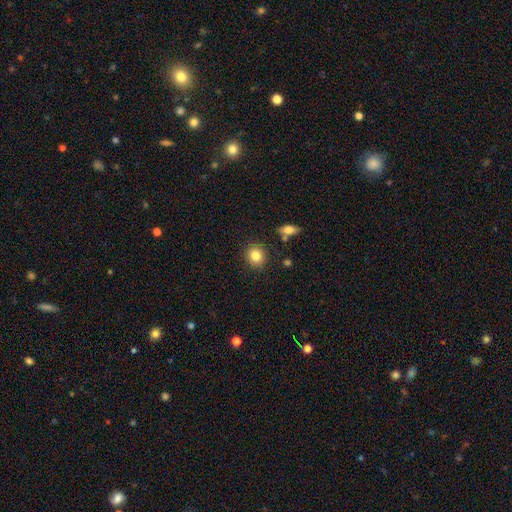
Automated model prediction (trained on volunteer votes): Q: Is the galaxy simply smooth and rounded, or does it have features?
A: smooth — 83%.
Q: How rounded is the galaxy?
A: round — 82%.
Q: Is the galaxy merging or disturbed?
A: none — 87%.